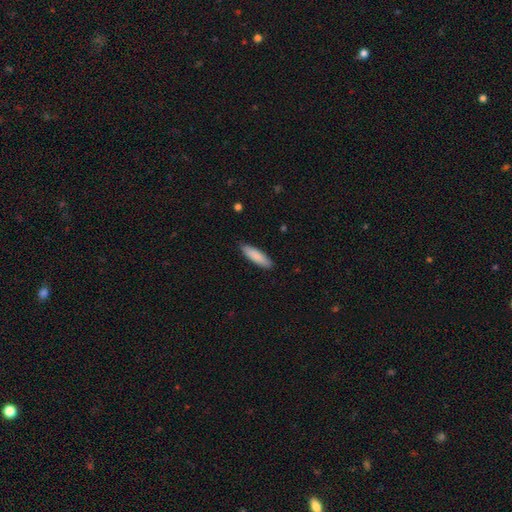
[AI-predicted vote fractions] This is clearly a smooth galaxy (87%). How rounded: likely cigar-shaped (60%). Merging: clearly none (87%).